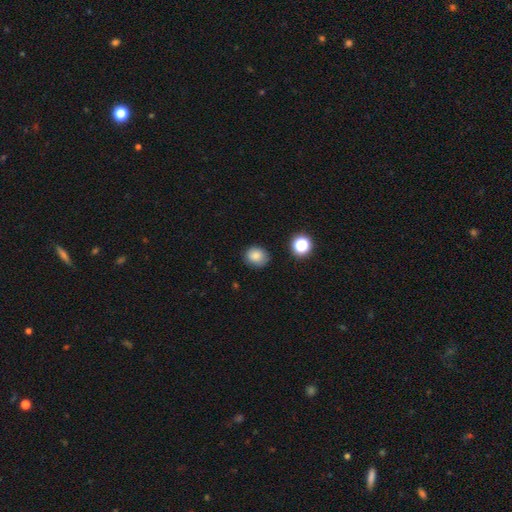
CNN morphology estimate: Overall: smooth (84%). How rounded: round (70%). Merging: none (82%).